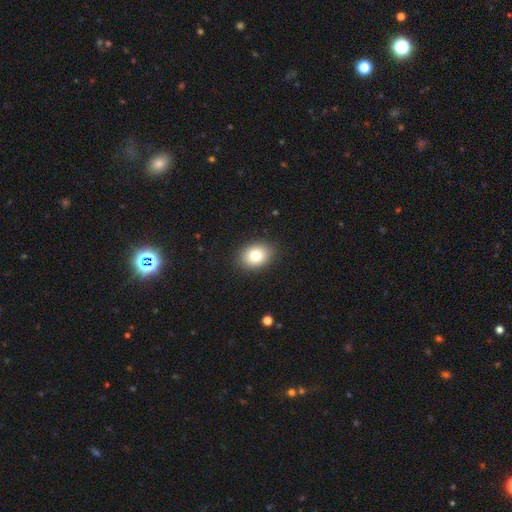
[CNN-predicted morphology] A smooth galaxy with no disk features (79%) that is in between round and cigar-shaped (62%). Merging: none (88%).